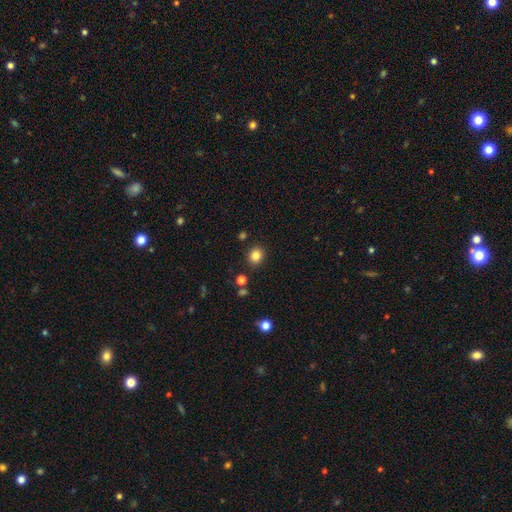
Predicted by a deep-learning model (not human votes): This is clearly a smooth galaxy (83%). How rounded: likely round (75%). Merging: clearly none (88%).